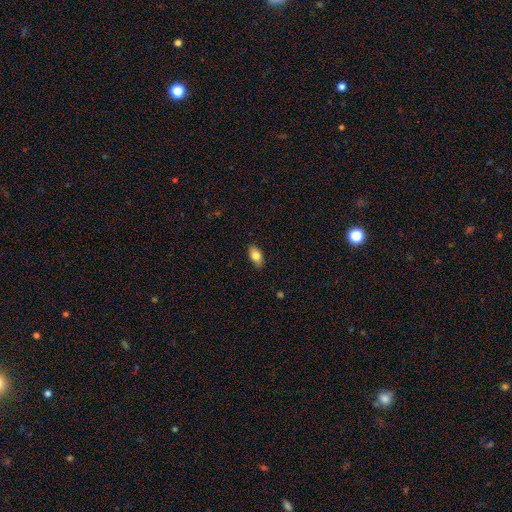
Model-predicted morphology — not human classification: Q: Smooth or featured?
A: smooth (80%); runner-up: featured or disk (13%)
Q: How rounded?
A: in between (89%); runner-up: round (7%)
Q: Merging?
A: none (85%); runner-up: minor disturbance (12%)